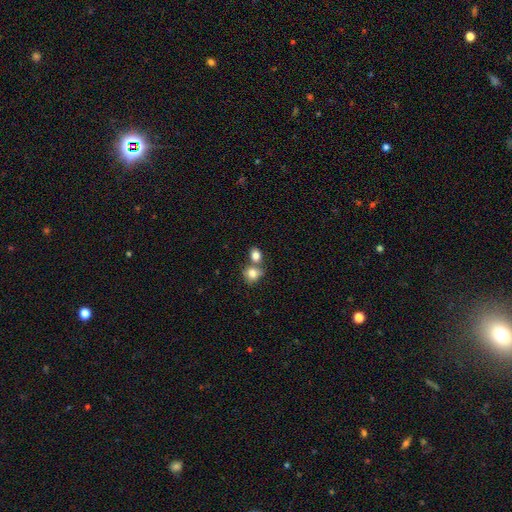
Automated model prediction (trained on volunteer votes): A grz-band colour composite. It shows a smooth galaxy with no disk features (82%) that is round (51%). Merging: merger (44%).